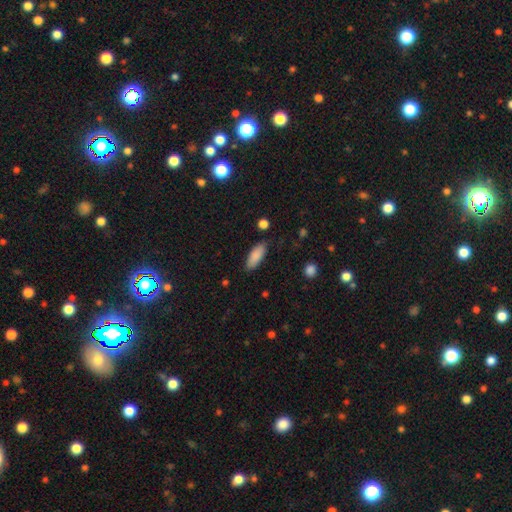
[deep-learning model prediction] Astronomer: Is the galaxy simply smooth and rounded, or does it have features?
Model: smooth — 87%.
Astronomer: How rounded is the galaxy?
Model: in between — 75%.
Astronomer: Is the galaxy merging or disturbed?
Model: none — 83%.